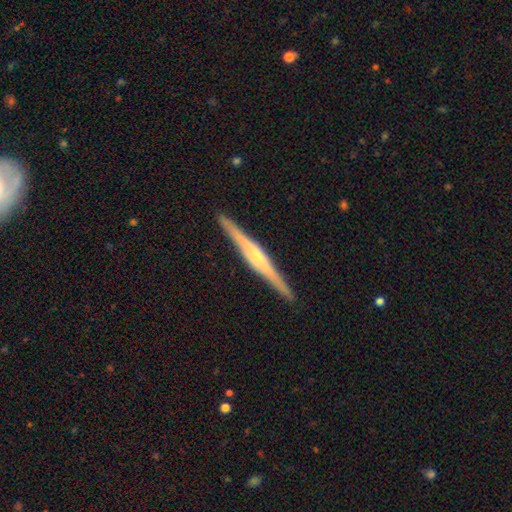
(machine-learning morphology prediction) A featured or disk galaxy (79%) viewed edge-on (98%) with a rounded central bulge (73%). Merging: none (92%).